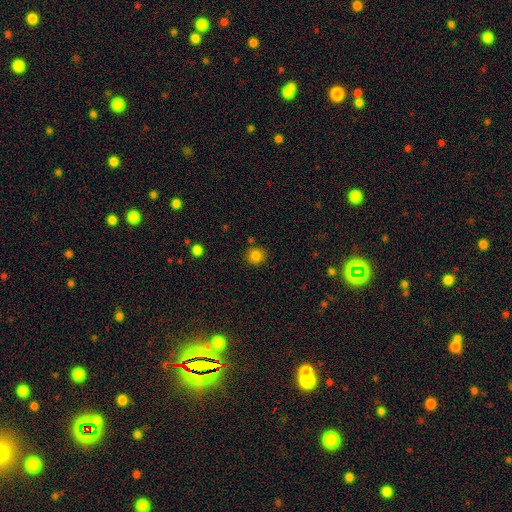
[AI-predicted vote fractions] Q: Smooth or featured?
A: smooth (83%); runner-up: star or artifact (12%)
Q: How rounded?
A: round (89%); runner-up: in between (10%)
Q: Merging?
A: none (85%); runner-up: minor disturbance (9%)